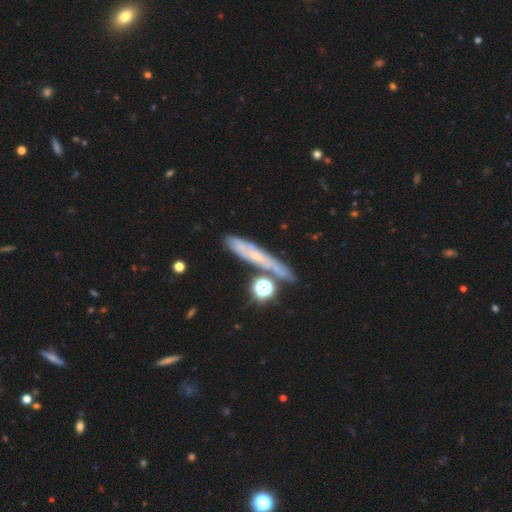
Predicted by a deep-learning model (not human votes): A featured or disk galaxy (44%). Merging: none (64%).